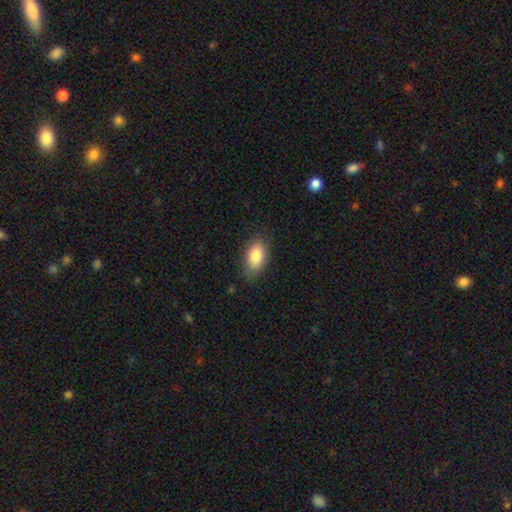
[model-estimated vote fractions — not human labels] Smooth or featured?
  - smooth: 84% *
  - featured or disk: 9%
  - star or artifact: 7%
How rounded?
  - in between: 91% *
  - round: 6%
  - cigar-shaped: 2%
Merging?
  - none: 79% *
  - minor disturbance: 16%
  - major disturbance: 4%
  - merger: 1%